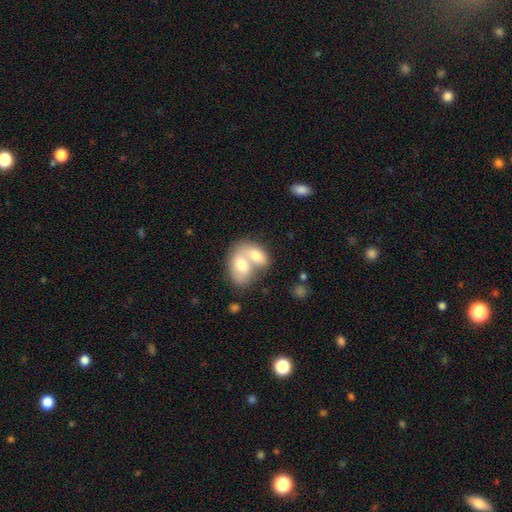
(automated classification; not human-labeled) smooth 69%, featured or disk 25%, star or artifact 6%. Down the decision tree: how rounded — in between (82%); merging — merger (78%).